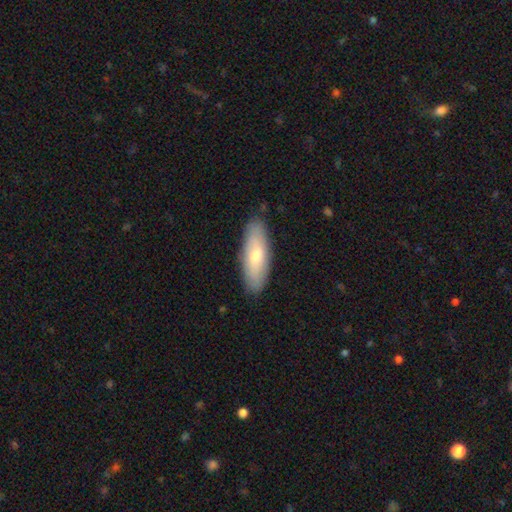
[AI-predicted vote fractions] Smooth or featured? Predicted: smooth (p=0.67). How rounded? Predicted: in between (p=0.64). Merging? Predicted: none (p=0.85).